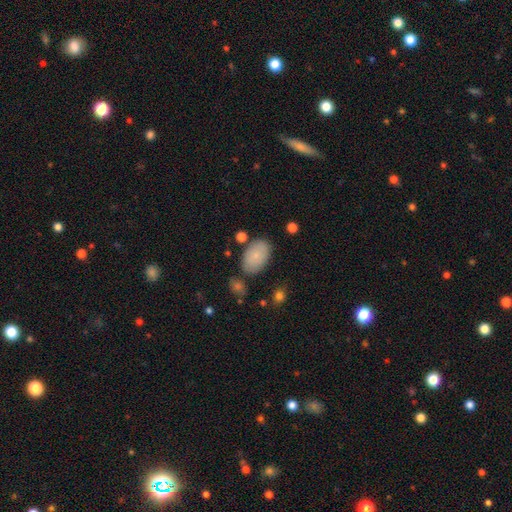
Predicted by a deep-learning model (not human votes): A smooth galaxy with no disk features (80%) that is in between round and cigar-shaped (92%).

Vote fractions:
- Smooth or featured? smooth: 80% / featured or disk: 13% / star or artifact: 7%
- How rounded? in between: 92% / round: 7% / cigar-shaped: 1%
- Merging? none: 78% / minor disturbance: 14% / merger: 5% / major disturbance: 4%